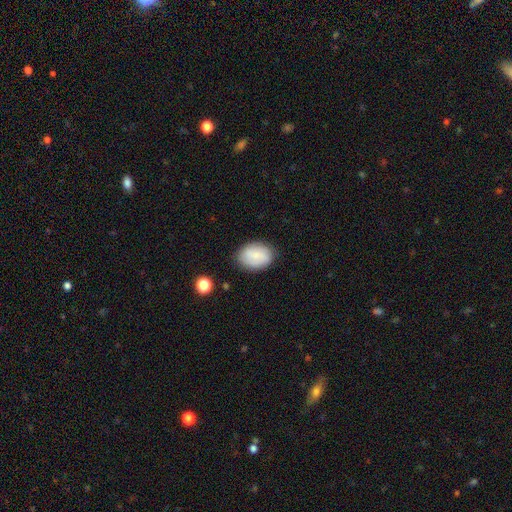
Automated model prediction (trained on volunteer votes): This appears to be a smooth galaxy with no disk features (79%) that is in between round and cigar-shaped (81%). Merging: none (81%).